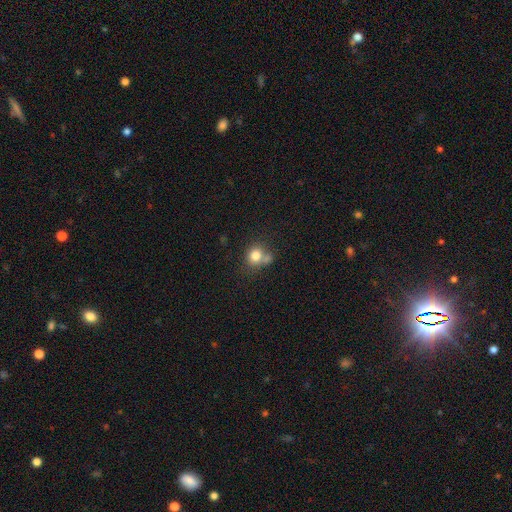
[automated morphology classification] Q: Smooth or featured?
A: smooth (79%); runner-up: star or artifact (11%)
Q: How rounded?
A: round (74%); runner-up: in between (25%)
Q: Merging?
A: none (46%); runner-up: merger (32%)